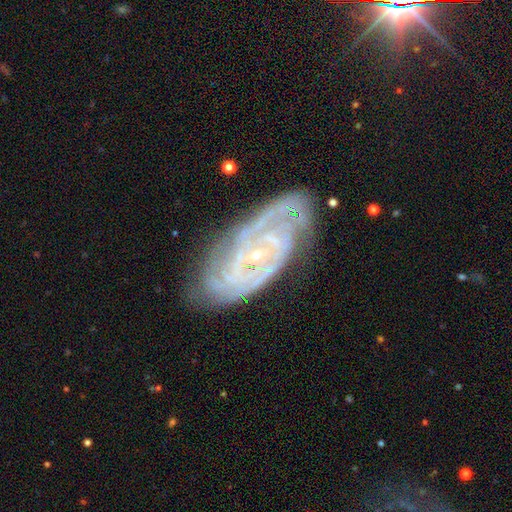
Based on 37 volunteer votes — Morphology: type=featured or disk (81%); edge-on=no (87%); bar=no (58%); spiral arms=yes (96%); winding=tight (92%); arm count=can't tell (48%); bulge=small (92%); merging=none (71%).